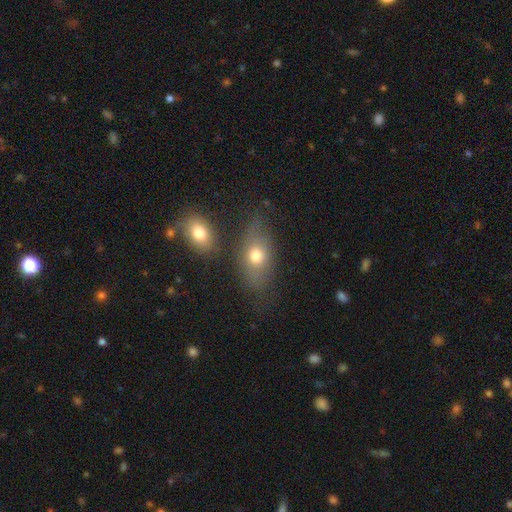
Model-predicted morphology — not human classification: Smooth or featured: smooth — 70% (featured or disk — 18%)
How rounded: in between — 76% (round — 20%)
Merging: none — 63% (minor disturbance — 16%)